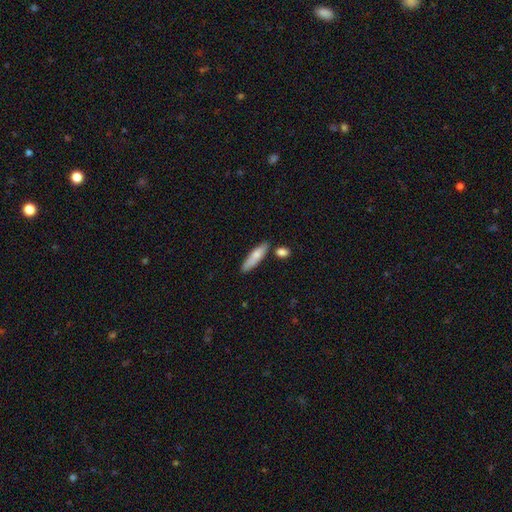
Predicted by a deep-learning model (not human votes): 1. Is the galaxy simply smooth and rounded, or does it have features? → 75% smooth, 19% featured or disk, 6% star or artifact.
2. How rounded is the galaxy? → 71% cigar-shaped, 27% in between, 2% round.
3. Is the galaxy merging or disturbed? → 74% none, 14% minor disturbance, 8% merger, 3% major disturbance.